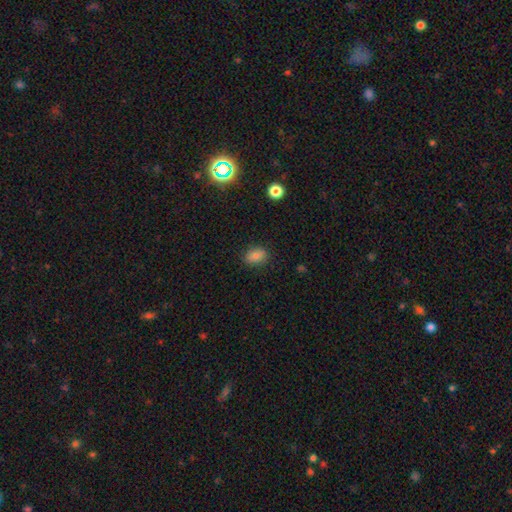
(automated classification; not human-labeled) Smooth or featured? Predicted: smooth (p=0.80). How rounded? Predicted: in between (p=0.73). Merging? Predicted: none (p=0.86).